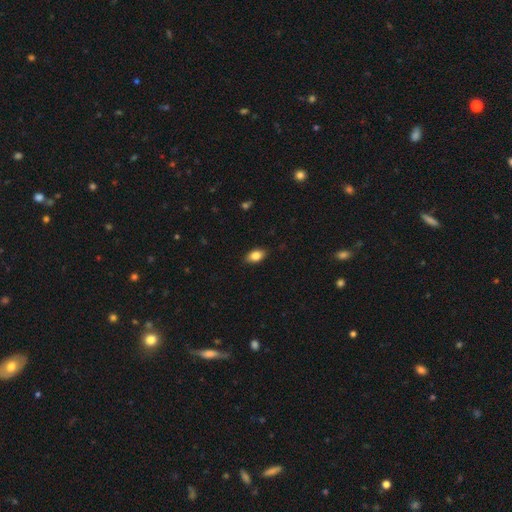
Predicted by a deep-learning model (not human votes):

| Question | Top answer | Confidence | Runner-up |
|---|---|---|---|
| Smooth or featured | smooth | 84% | featured or disk (8%) |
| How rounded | in between | 89% | round (9%) |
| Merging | none | 87% | minor disturbance (10%) |